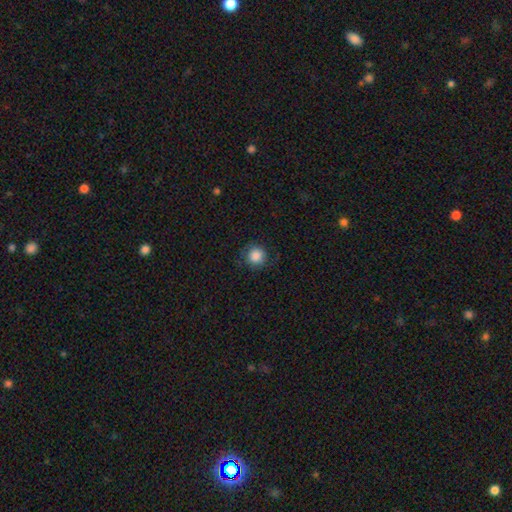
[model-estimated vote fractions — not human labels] This appears to be a smooth galaxy with no disk features (84%) that is round (93%). Merging: none (81%).